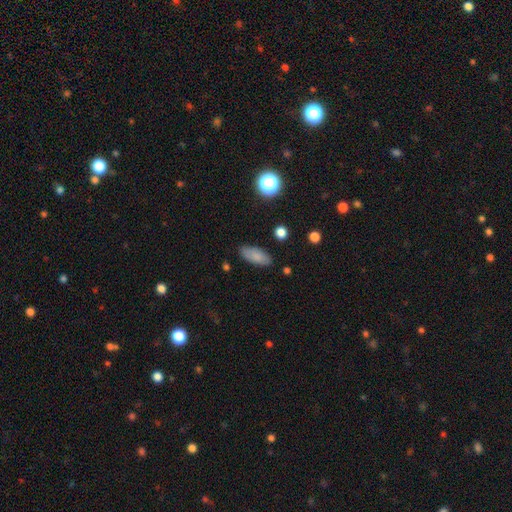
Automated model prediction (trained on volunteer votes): The model was most divided on "how rounded": in between: 84%, cigar-shaped: 13%, round: 3%. More confident: merging — none (83%); smooth or featured — smooth (83%).